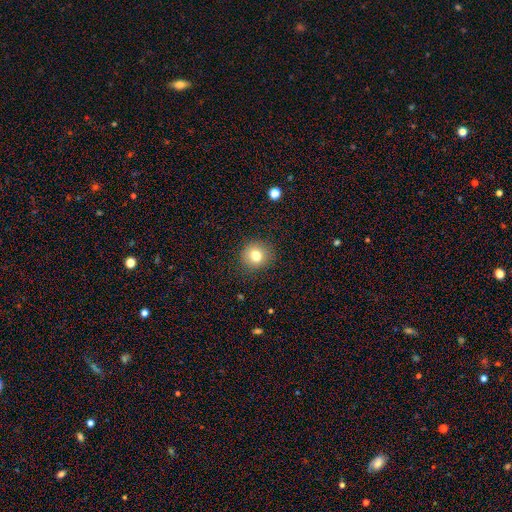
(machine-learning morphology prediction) This appears to be a smooth galaxy with no disk features (78%) that is round (90%). Merging: none (89%).